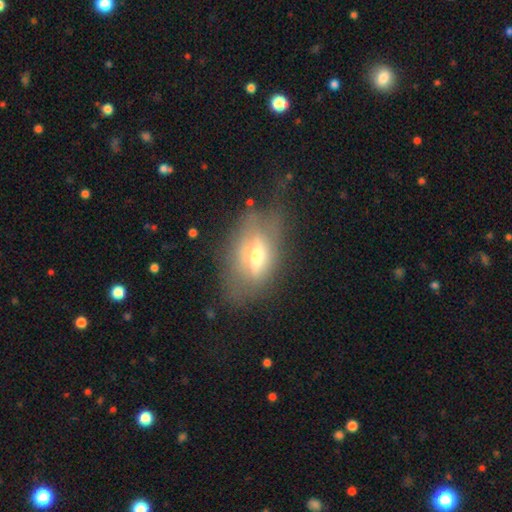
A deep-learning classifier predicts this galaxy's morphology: This is possibly a featured or disk galaxy (53%). It is possibly viewed edge-on (51%). Merging: possibly none (51%).